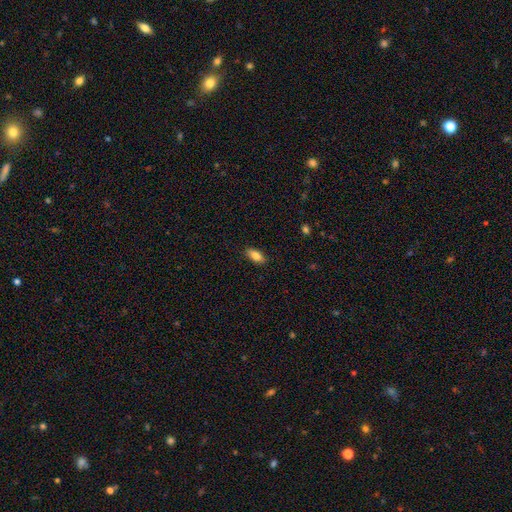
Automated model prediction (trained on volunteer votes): smooth-or-featured: smooth: 84% | featured or disk: 9% | star or artifact: 7%
  how-rounded: in between: 87% | cigar-shaped: 10% | round: 3%
  merging: none: 88% | minor disturbance: 9% | major disturbance: 2% | merger: 1%